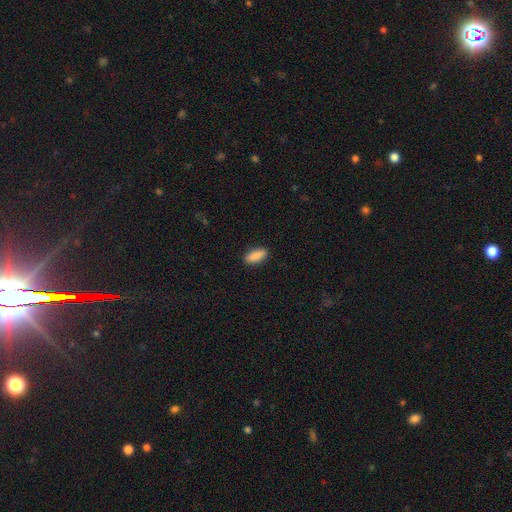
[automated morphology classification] smooth 89%, star or artifact 7%, featured or disk 4%. Down the decision tree: how rounded — in between (80%); merging — none (90%).